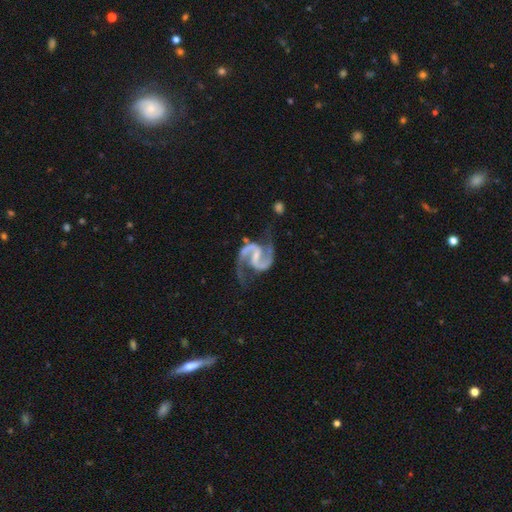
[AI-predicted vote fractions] Overall: featured or disk (94%). Edge-on disk: no (98%). Bar: weak (43%; strong 41%). Spiral arms: yes (98%). Spiral arm count: 2 (94%). Spiral winding: medium (61%; loose 28%). Bulge size: small (49%; none 31%). Merging: none (69%).